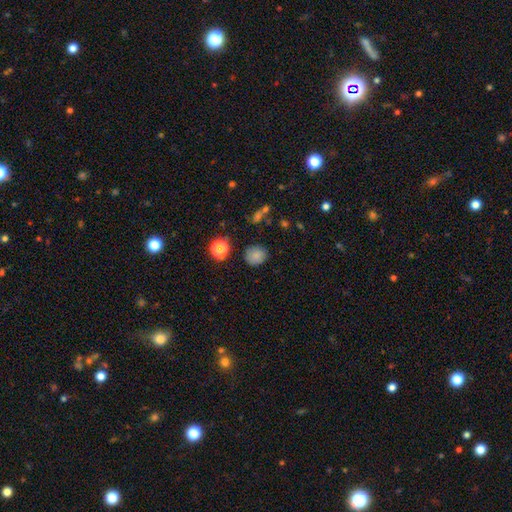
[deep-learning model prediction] This is clearly a smooth galaxy (81%). How rounded: clearly round (87%). Merging: clearly none (83%).